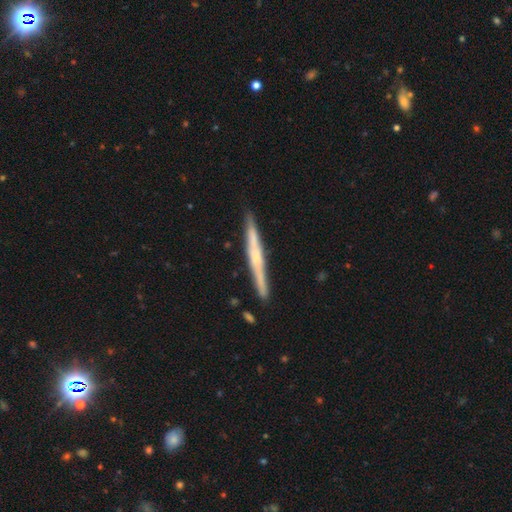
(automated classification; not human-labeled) Smooth or featured? Predicted: featured or disk (p=0.69). Edge-on disk? Predicted: yes (p=0.97). Edge-on bulge? Predicted: rounded (p=0.57). Merging? Predicted: none (p=0.89).